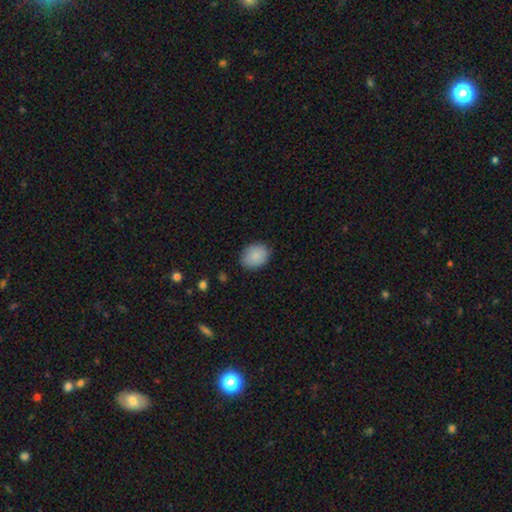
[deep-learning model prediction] Q: Smooth or featured?
A: smooth (87%); runner-up: star or artifact (7%)
Q: How rounded?
A: in between (57%); runner-up: round (42%)
Q: Merging?
A: none (84%); runner-up: minor disturbance (13%)